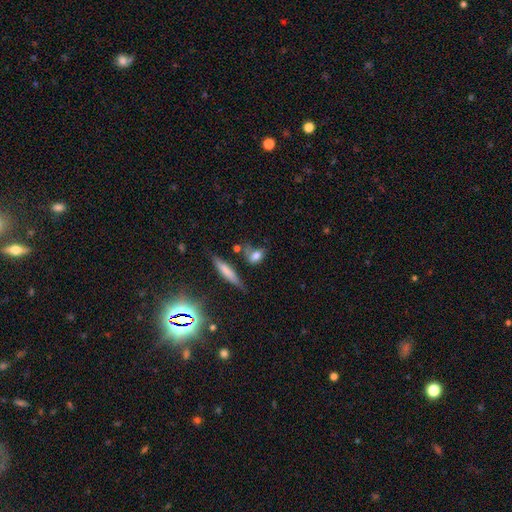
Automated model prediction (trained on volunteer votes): Morphology: type=smooth (74%); roundness=in between (62%); merging=none (49%).